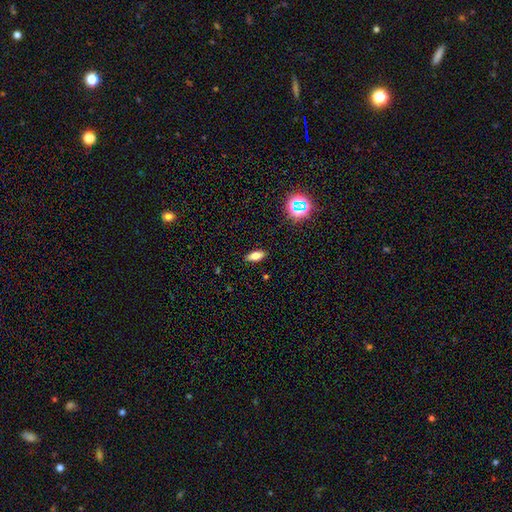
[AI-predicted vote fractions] Morphology: type=smooth (74%); roundness=in between (83%); merging=none (88%).